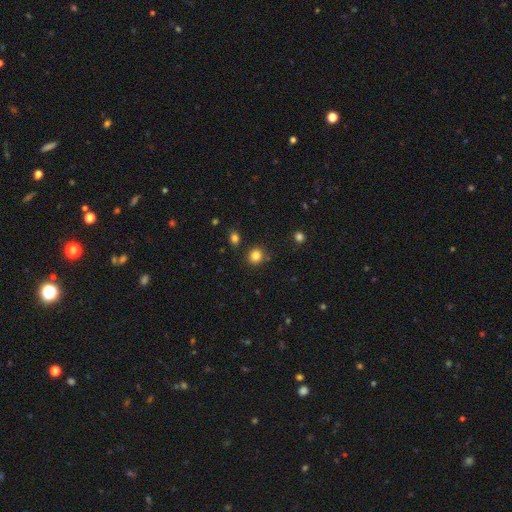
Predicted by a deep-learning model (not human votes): A smooth galaxy with no disk features (84%) that is round (85%). Merging: none (84%).